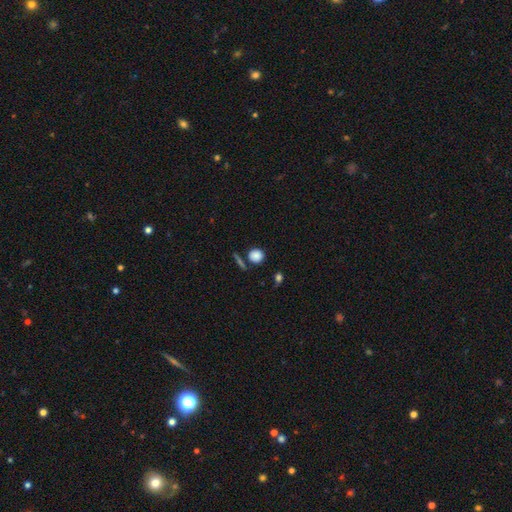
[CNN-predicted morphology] The model was most divided on "merging": none: 76%, minor disturbance: 10%, merger: 10%, major disturbance: 4%. More confident: how rounded — round (88%); smooth or featured — smooth (83%).